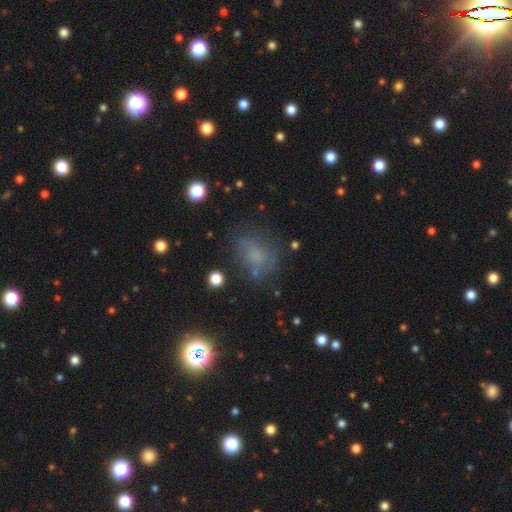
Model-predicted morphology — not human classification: A smooth galaxy with no disk features (57%) that is in between round and cigar-shaped (60%). Merging: none (59%).